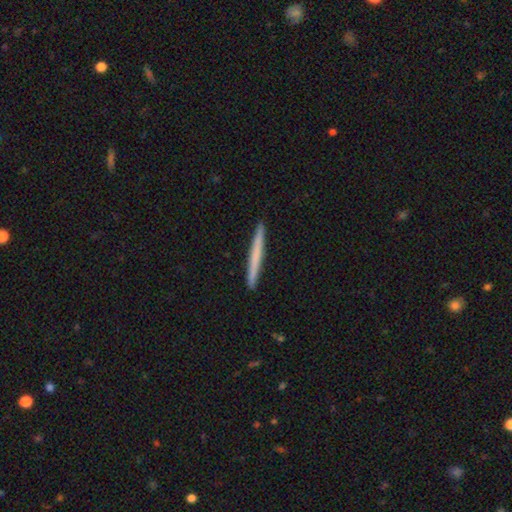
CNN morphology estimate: Overall: smooth (62%; featured or disk 33%). How rounded: cigar-shaped (97%). Merging: none (93%).